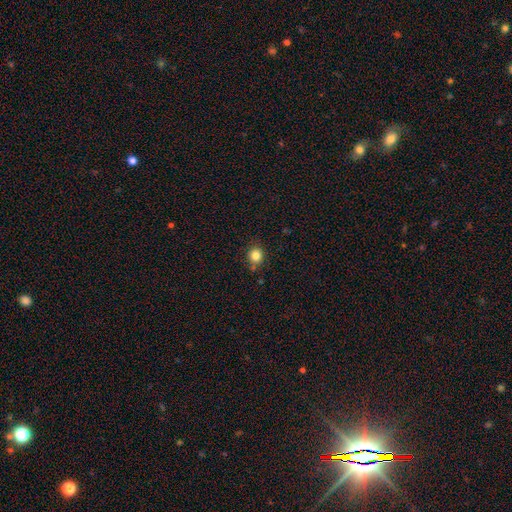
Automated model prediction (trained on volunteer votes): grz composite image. It shows a smooth galaxy with no disk features (83%) that is round (86%). Merging: none (79%).